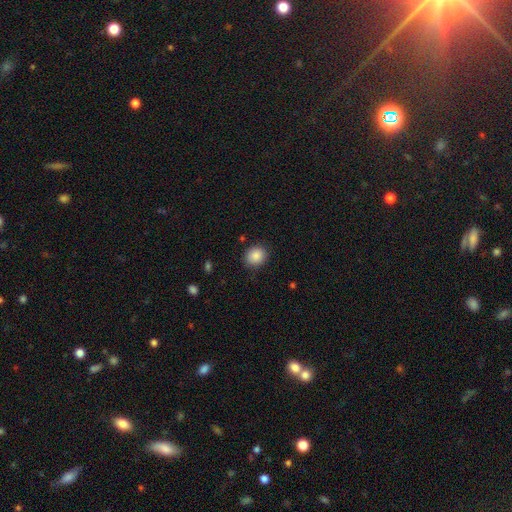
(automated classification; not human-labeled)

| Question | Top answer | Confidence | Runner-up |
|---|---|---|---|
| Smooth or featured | smooth | 87% | star or artifact (9%) |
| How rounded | round | 71% | in between (28%) |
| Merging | none | 87% | minor disturbance (10%) |